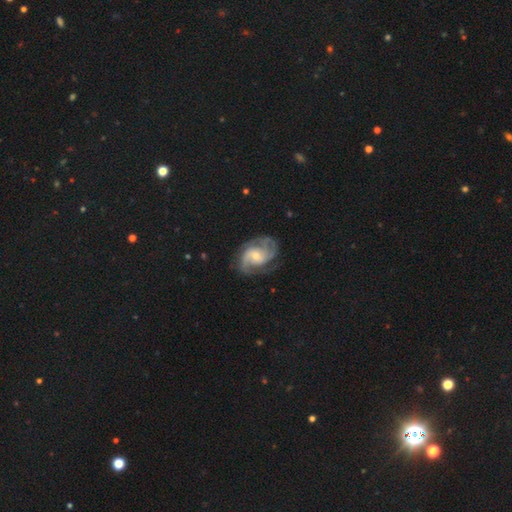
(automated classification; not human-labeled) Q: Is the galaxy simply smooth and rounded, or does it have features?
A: featured or disk — 85%.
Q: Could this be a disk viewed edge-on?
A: no — 98%.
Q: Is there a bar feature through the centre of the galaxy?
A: no — 59%.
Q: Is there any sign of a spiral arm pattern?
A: yes — 96%.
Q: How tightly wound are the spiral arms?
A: medium — 49%.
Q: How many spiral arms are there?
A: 2 — 44%.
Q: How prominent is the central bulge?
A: small — 49%.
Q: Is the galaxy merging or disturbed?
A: none — 68%.